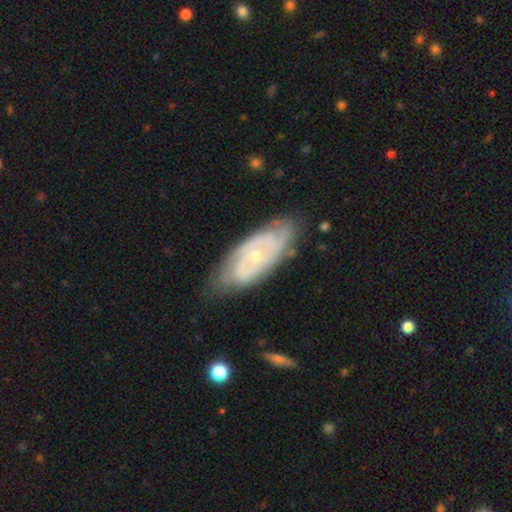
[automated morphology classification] smooth-or-featured: featured or disk: 80% | smooth: 15% | star or artifact: 6%
  disk-edge-on: no: 91% | yes: 9%
    bar: no: 75% | weak: 21% | strong: 5%
    has-spiral-arms: yes: 91% | no: 9%
      spiral-winding: tight: 64% | medium: 28% | loose: 7%
      spiral-arm-count: can't tell: 37% | 2: 34% | 3: 16% | 4: 6% | 1: 4% | more than 4: 3%
    bulge-size: small: 68% | moderate: 29% | none: 1% | large: 1% | dominant: 1%
  merging: none: 71% | minor disturbance: 22% | major disturbance: 5% | merger: 2%